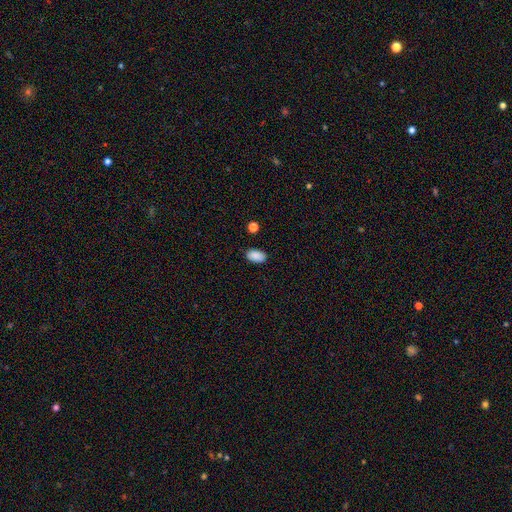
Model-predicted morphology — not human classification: Overall: smooth (89%). How rounded: in between (92%). Merging: none (86%).